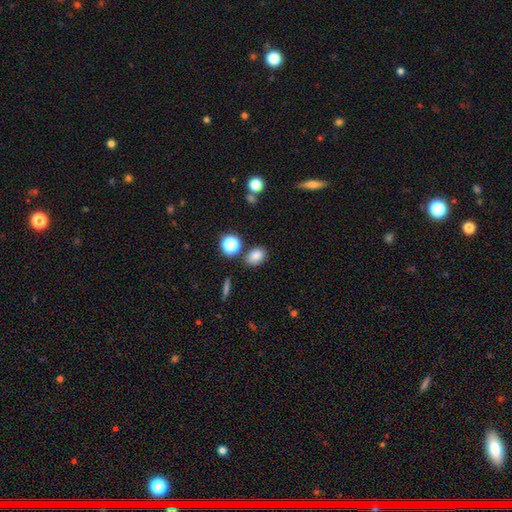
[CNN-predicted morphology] Q: Smooth or featured?
A: smooth (82%); runner-up: star or artifact (13%)
Q: How rounded?
A: in between (69%); runner-up: round (29%)
Q: Merging?
A: none (79%); runner-up: minor disturbance (11%)